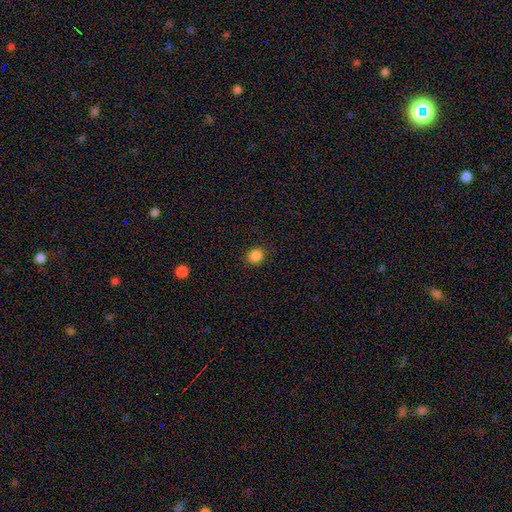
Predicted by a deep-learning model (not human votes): This appears to be a smooth galaxy with no disk features (86%) that is round (82%). Merging: none (89%).